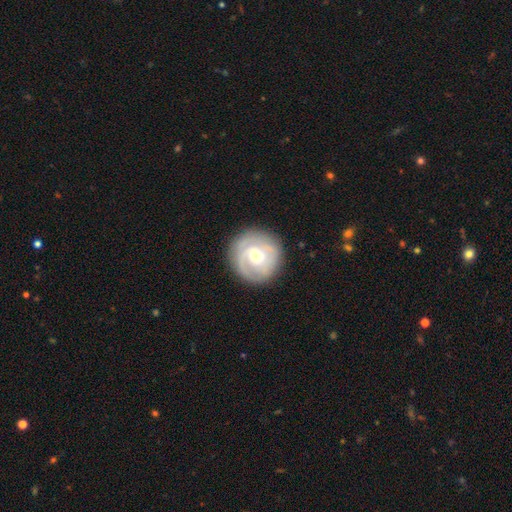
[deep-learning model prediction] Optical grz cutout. It shows a featured or disk galaxy (70%) with no bar (63%), 2 (35%) tight (59%) spiral arms (84%) and a moderate central bulge (49%). Merging: none (83%).